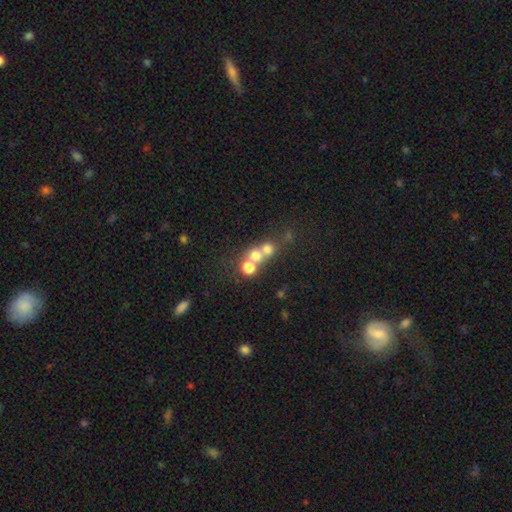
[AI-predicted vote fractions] smooth-or-featured: smooth: 62% | featured or disk: 19% | star or artifact: 18%
  how-rounded: round: 84% | in between: 14% | cigar-shaped: 2%
  merging: merger: 54% | none: 36% | minor disturbance: 6% | major disturbance: 4%